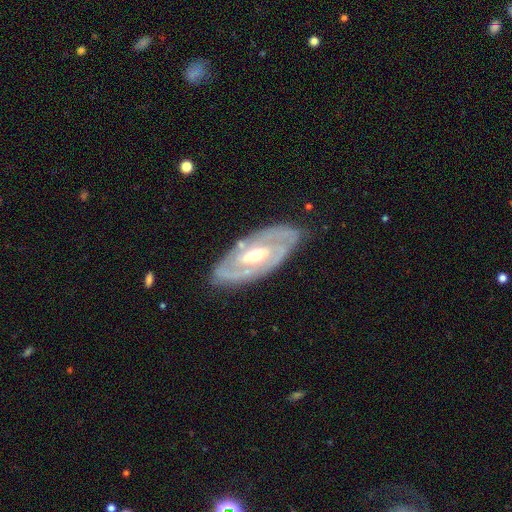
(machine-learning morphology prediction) Q: Smooth or featured?
A: featured or disk (85%); runner-up: smooth (11%)
Q: Edge-on disk?
A: no (91%); runner-up: yes (9%)
Q: Bar?
A: weak (40%); runner-up: no (37%)
Q: Spiral arms?
A: yes (85%); runner-up: no (15%)
Q: Spiral winding?
A: tight (59%); runner-up: medium (32%)
Q: Spiral arm count?
A: 2 (61%); runner-up: can't tell (23%)
Q: Bulge size?
A: moderate (67%); runner-up: small (27%)
Q: Merging?
A: none (79%); runner-up: minor disturbance (15%)